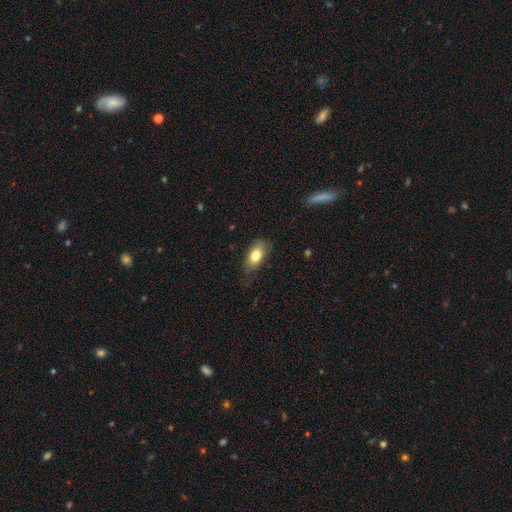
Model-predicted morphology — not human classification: Q: Smooth or featured?
A: smooth (78%); runner-up: featured or disk (14%)
Q: How rounded?
A: in between (88%); runner-up: round (7%)
Q: Merging?
A: none (72%); runner-up: minor disturbance (21%)